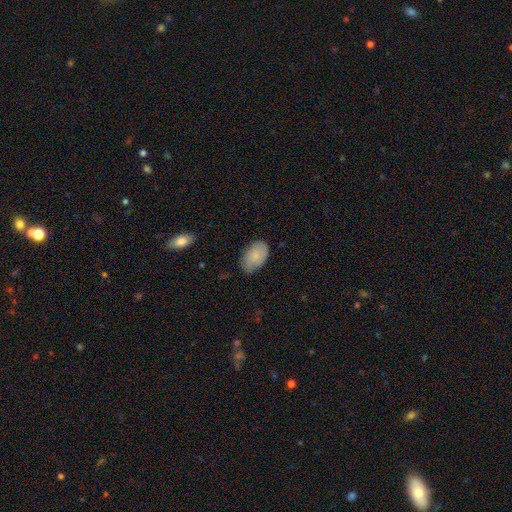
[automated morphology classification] smooth-or-featured: smooth: 83% | featured or disk: 11% | star or artifact: 6%
  how-rounded: in between: 92% | round: 6% | cigar-shaped: 1%
  merging: none: 74% | minor disturbance: 21% | major disturbance: 4% | merger: 1%